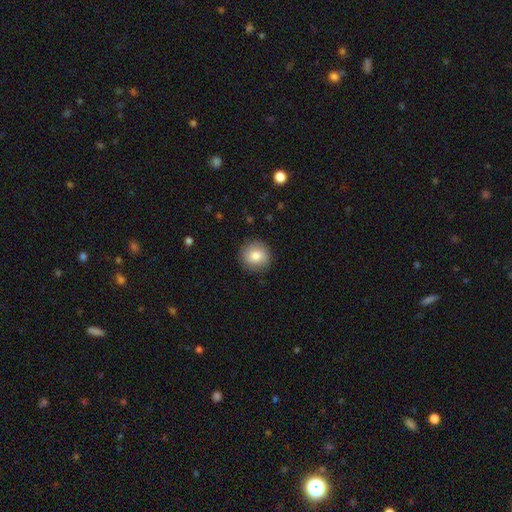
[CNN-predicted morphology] smooth-or-featured: smooth: 81% | featured or disk: 11% | star or artifact: 8%
  how-rounded: round: 90% | in between: 9% | cigar-shaped: 1%
  merging: none: 88% | minor disturbance: 9% | major disturbance: 2% | merger: 1%